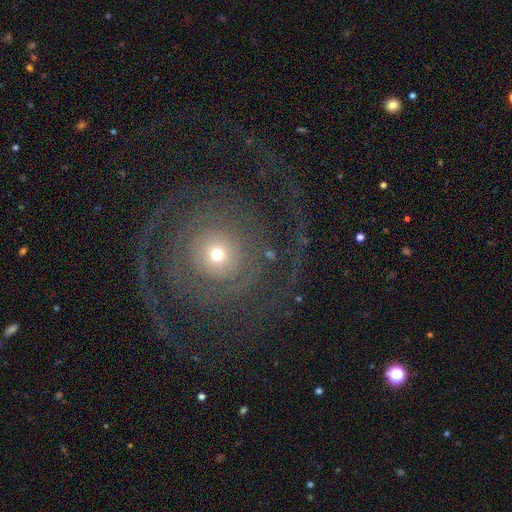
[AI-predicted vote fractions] A featured or disk galaxy (86%) with no bar (79%), 2 (69%) tight (64%) spiral arms (94%) and a small central bulge (58%). Merging: none (78%).